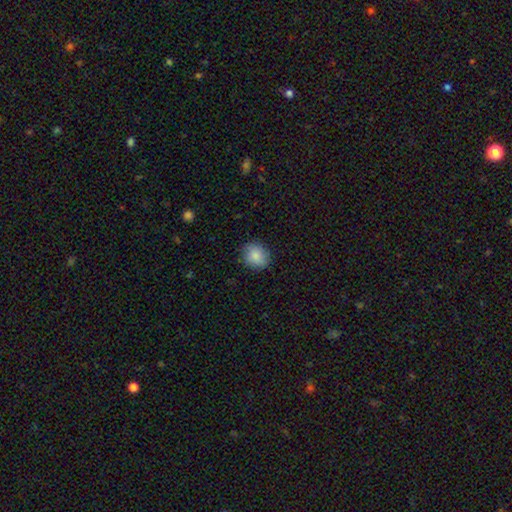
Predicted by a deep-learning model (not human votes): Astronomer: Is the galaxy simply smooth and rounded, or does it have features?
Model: smooth — 86%.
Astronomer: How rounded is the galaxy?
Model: round — 75%.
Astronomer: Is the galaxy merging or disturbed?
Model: none — 85%.